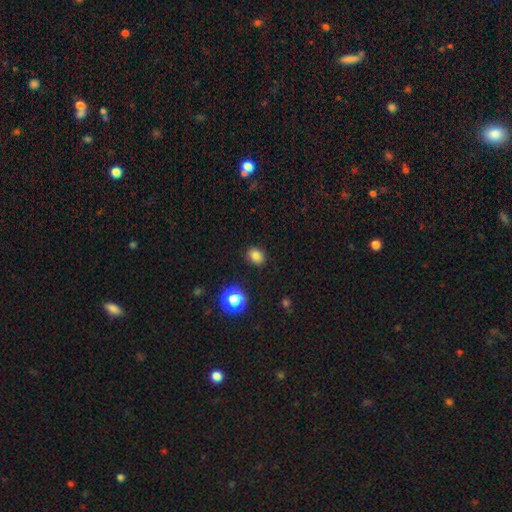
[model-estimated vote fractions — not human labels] Smooth or featured: smooth — 81% (star or artifact — 15%)
How rounded: round — 52% (in between — 47%)
Merging: none — 86% (minor disturbance — 9%)